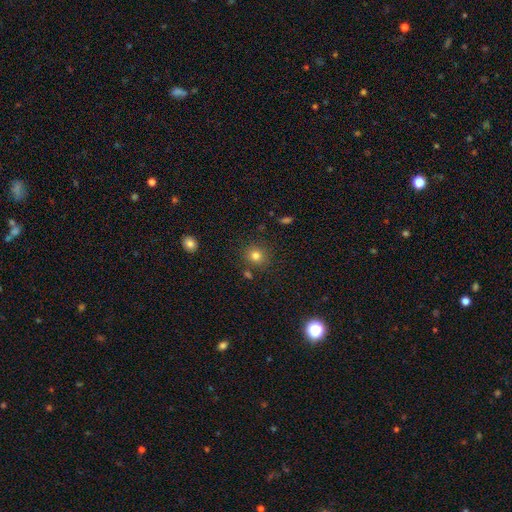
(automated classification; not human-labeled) Smooth or featured? smooth (80%)
How rounded? round (86%)
Merging? none (83%)